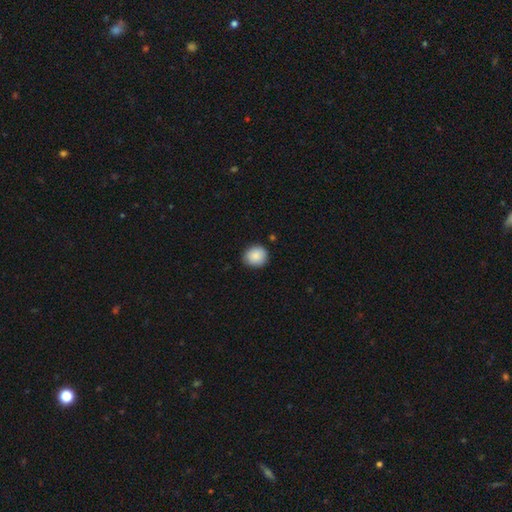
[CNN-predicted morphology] Smooth or featured? smooth (88%)
How rounded? round (86%)
Merging? none (88%)